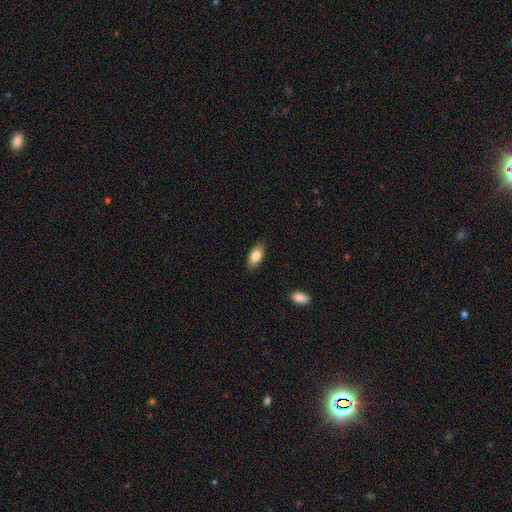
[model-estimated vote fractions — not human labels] smooth_or_featured: smooth (p=0.83) [alt: featured or disk p=0.10]
how_rounded: in between (p=0.90) [alt: cigar-shaped p=0.07]
merging: none (p=0.86) [alt: minor disturbance p=0.10]